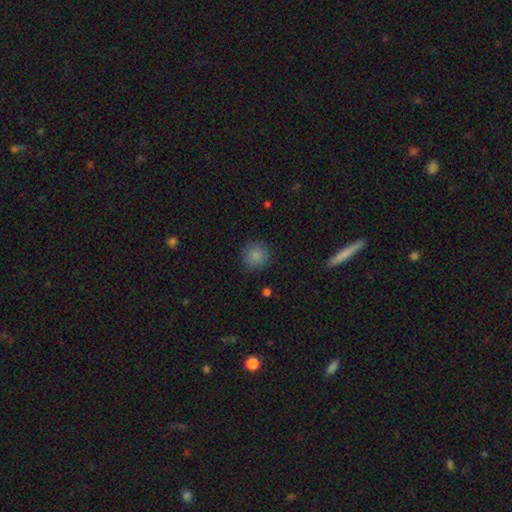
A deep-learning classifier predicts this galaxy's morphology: Q: Smooth or featured?
A: smooth (85%); runner-up: star or artifact (11%)
Q: How rounded?
A: round (92%); runner-up: in between (7%)
Q: Merging?
A: none (87%); runner-up: minor disturbance (9%)